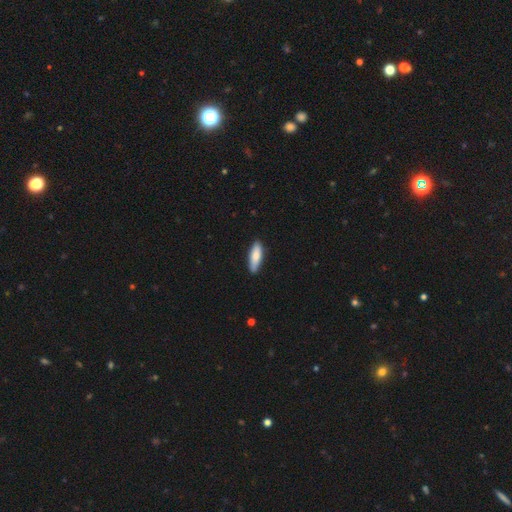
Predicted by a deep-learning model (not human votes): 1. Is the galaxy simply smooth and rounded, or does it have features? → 79% smooth, 16% featured or disk, 5% star or artifact.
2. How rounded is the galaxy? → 50% in between, 48% cigar-shaped, 2% round.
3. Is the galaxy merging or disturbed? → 86% none, 12% minor disturbance, 2% major disturbance, 1% merger.